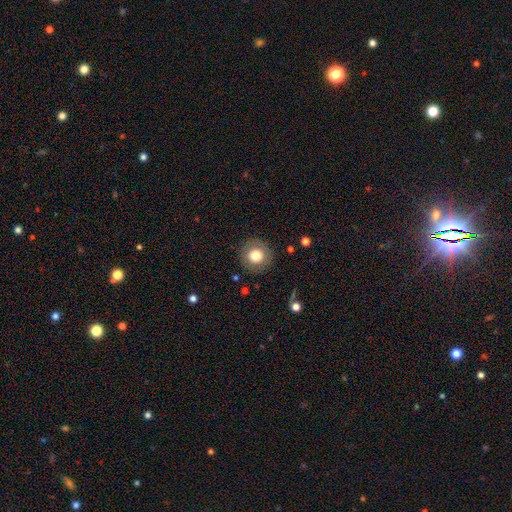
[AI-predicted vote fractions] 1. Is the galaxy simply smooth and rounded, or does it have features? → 78% smooth, 12% featured or disk, 10% star or artifact.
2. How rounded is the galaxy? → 94% round, 5% in between, 1% cigar-shaped.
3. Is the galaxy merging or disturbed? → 89% none, 7% minor disturbance, 3% major disturbance, 1% merger.